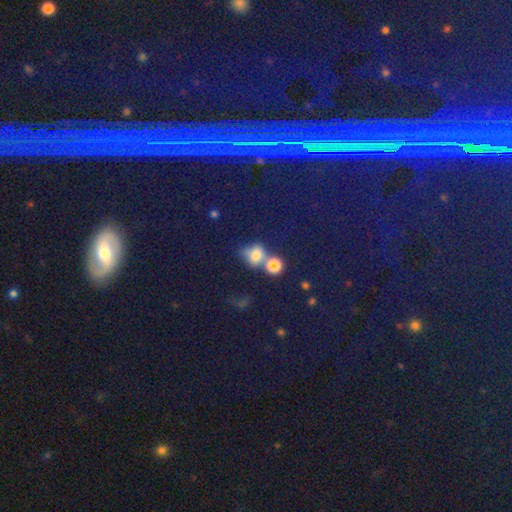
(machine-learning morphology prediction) Smooth or featured? smooth (68%)
How rounded? round (65%)
Merging? merger (46%)